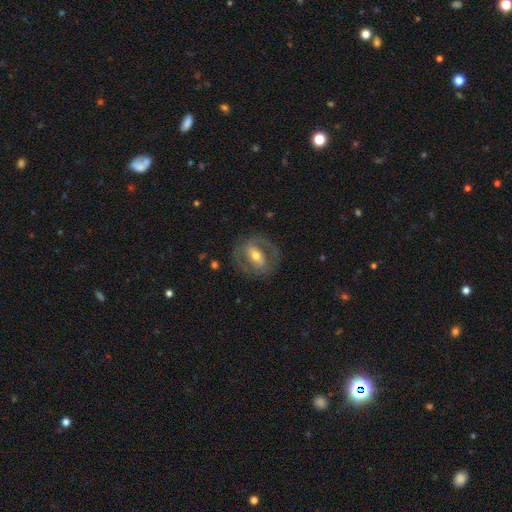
Morphology: type=featured or disk (56%); edge-on=no (95%); bar=strong (48%); spiral arms=no (67%); bulge=moderate (67%); merging=none (73%).